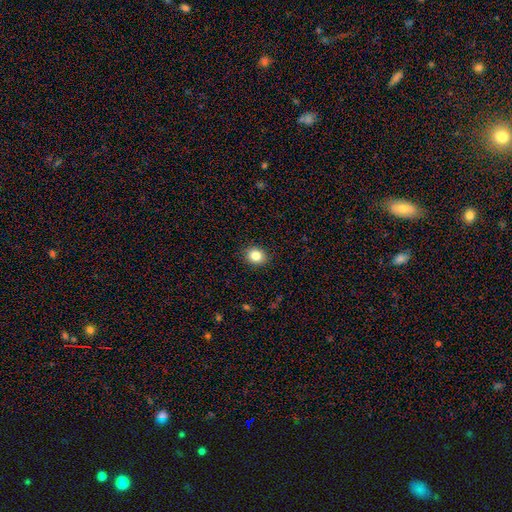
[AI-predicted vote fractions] A smooth galaxy with no disk features (84%) that is round (63%). Merging: none (90%).